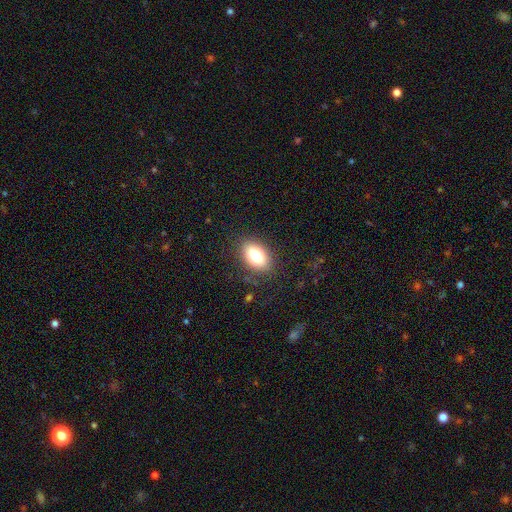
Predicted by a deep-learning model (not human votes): The model was most divided on "smooth or featured": smooth: 80%, featured or disk: 12%, star or artifact: 9%. More confident: how rounded — in between (87%); merging — none (85%).